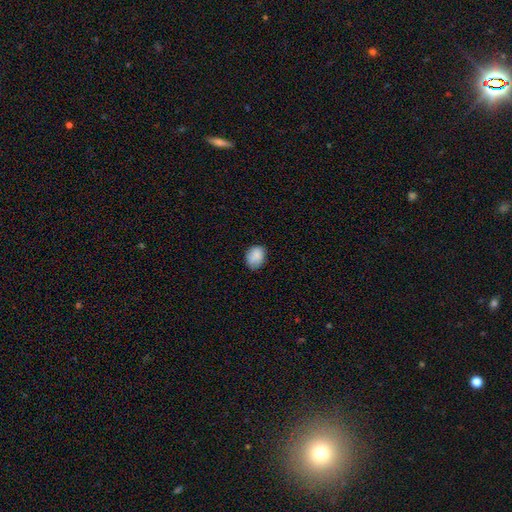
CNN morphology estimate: Q: Smooth or featured?
A: smooth (87%); runner-up: star or artifact (8%)
Q: How rounded?
A: in between (51%); runner-up: round (48%)
Q: Merging?
A: none (72%); runner-up: minor disturbance (23%)